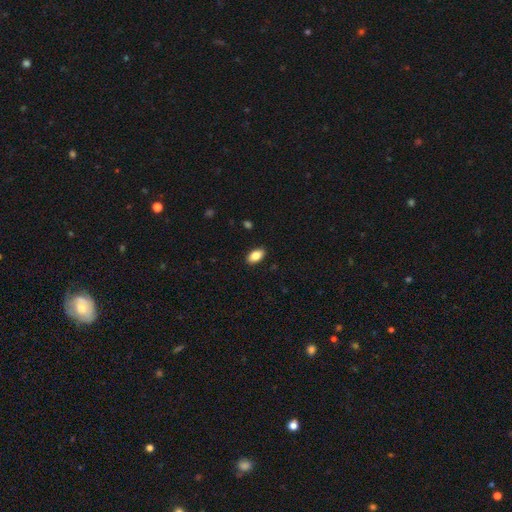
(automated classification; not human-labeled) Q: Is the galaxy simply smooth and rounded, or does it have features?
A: smooth — 85%.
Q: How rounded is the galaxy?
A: in between — 92%.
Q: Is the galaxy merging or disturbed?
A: none — 89%.